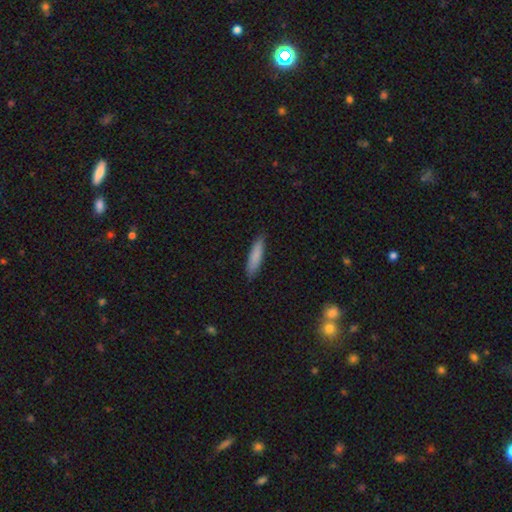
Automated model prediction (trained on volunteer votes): Smooth or featured? smooth (84%)
How rounded? cigar-shaped (77%)
Merging? none (87%)